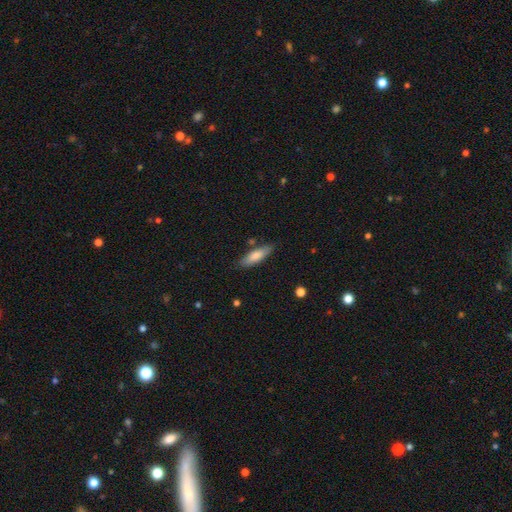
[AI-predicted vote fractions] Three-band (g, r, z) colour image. It shows a smooth galaxy with no disk features (77%) that is cigar-shaped (52%). Merging: none (81%).